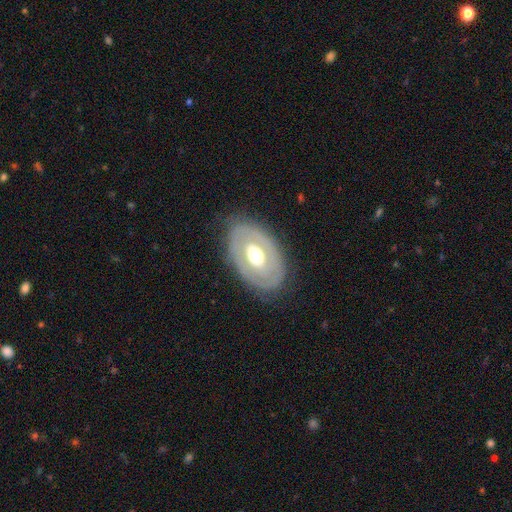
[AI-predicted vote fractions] Morphology: type=featured or disk (63%); edge-on=no (91%); bar=no (81%); spiral arms=no (78%); bulge=moderate (70%); merging=none (77%).